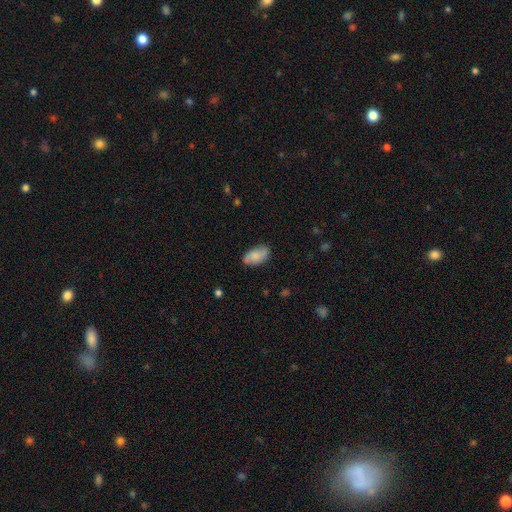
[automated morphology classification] smooth-or-featured: smooth: 65% | featured or disk: 27% | star or artifact: 8%
  how-rounded: in between: 93% | round: 4% | cigar-shaped: 3%
  merging: none: 77% | minor disturbance: 18% | major disturbance: 4% | merger: 2%